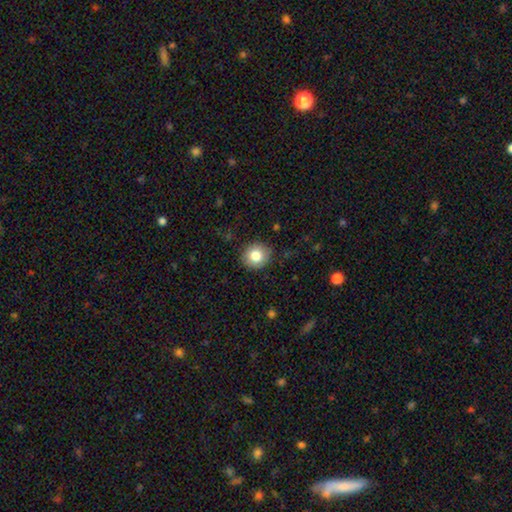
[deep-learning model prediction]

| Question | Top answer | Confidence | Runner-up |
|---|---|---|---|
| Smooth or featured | smooth | 81% | star or artifact (9%) |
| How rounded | round | 84% | in between (15%) |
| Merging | none | 88% | minor disturbance (9%) |